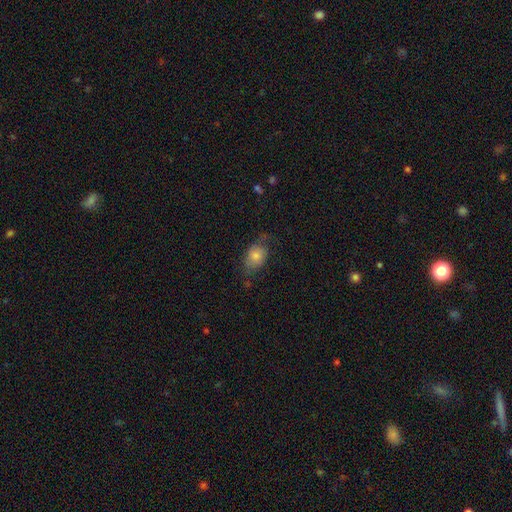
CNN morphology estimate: This appears to be a smooth galaxy with no disk features (73%) that is in between round and cigar-shaped (74%). Merging: none (51%).